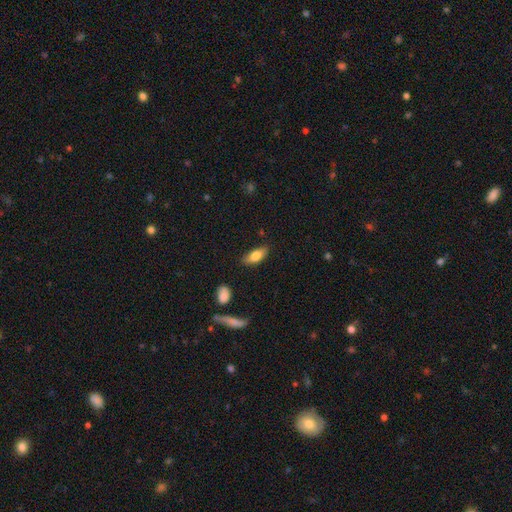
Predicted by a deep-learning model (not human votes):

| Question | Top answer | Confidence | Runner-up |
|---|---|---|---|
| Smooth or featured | smooth | 79% | featured or disk (14%) |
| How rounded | in between | 80% | cigar-shaped (18%) |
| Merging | none | 78% | minor disturbance (16%) |